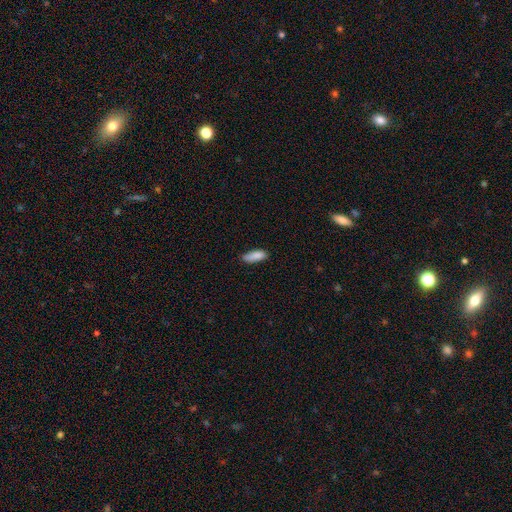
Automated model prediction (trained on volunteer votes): A smooth galaxy with no disk features (88%) that is in between round and cigar-shaped (62%). Merging: none (75%).